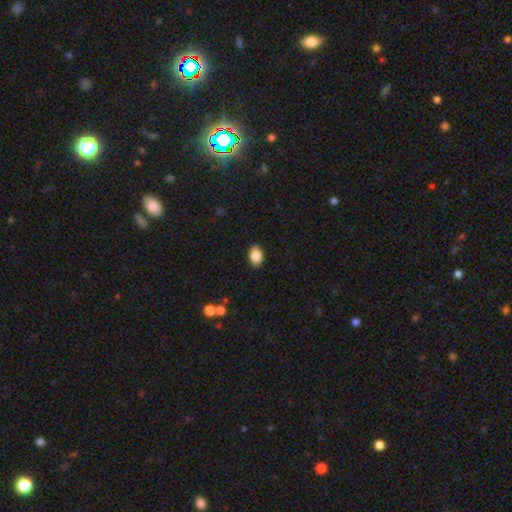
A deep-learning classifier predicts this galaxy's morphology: smooth_or_featured: smooth (p=0.87) [alt: star or artifact p=0.08]
how_rounded: in between (p=0.86) [alt: round p=0.13]
merging: none (p=0.89) [alt: minor disturbance p=0.08]